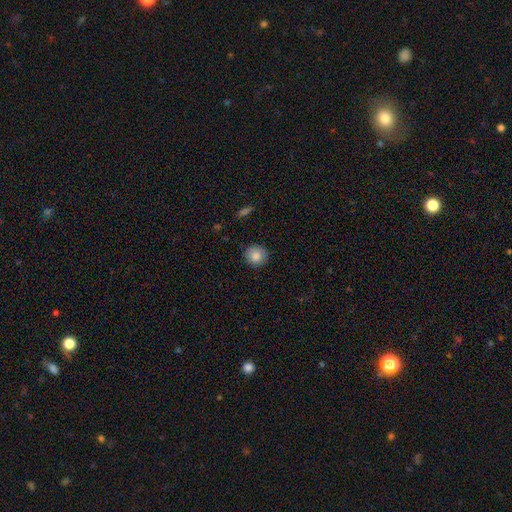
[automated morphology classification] smooth_or_featured: smooth (p=0.86) [alt: star or artifact p=0.08]
how_rounded: round (p=0.90) [alt: in between p=0.09]
merging: none (p=0.87) [alt: minor disturbance p=0.10]